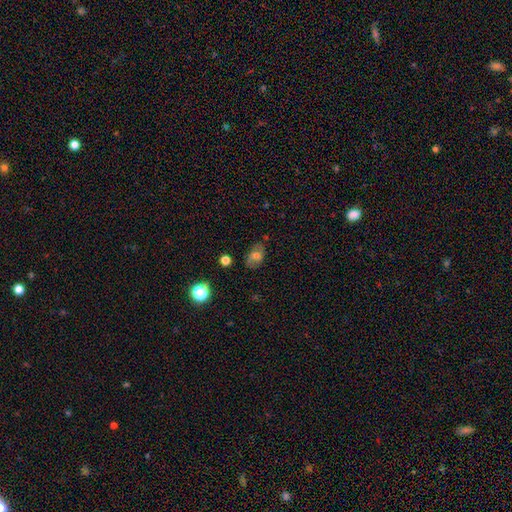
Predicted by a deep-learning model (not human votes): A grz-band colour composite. It shows a smooth galaxy with no disk features (61%) that is in between round and cigar-shaped (82%). Merging: none (73%).